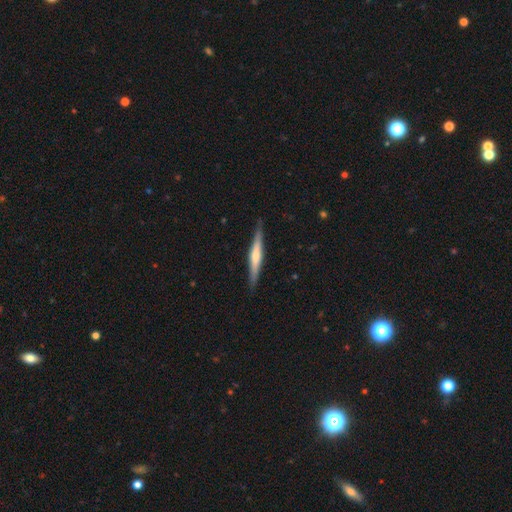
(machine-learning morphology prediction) The model was most divided on "smooth or featured": featured or disk: 58%, smooth: 37%, star or artifact: 5%. More confident: edge-on disk — yes (97%); merging — none (88%); edge-on bulge — rounded (63%).